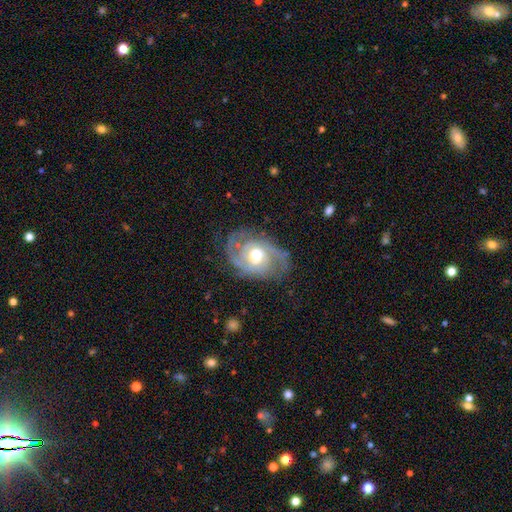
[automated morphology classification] smooth_or_featured: featured or disk (p=0.87) [alt: smooth p=0.08]
disk_edge_on: no (p=0.97) [alt: yes p=0.03]
bar: no (p=0.57) [alt: weak p=0.35]
has_spiral_arms: yes (p=0.95) [alt: no p=0.05]
spiral_winding: tight (p=0.48) [alt: medium p=0.42]
spiral_arm_count: 2 (p=0.59) [alt: 3 p=0.16]
bulge_size: moderate (p=0.67) [alt: large p=0.24]
merging: none (p=0.72) [alt: minor disturbance p=0.18]